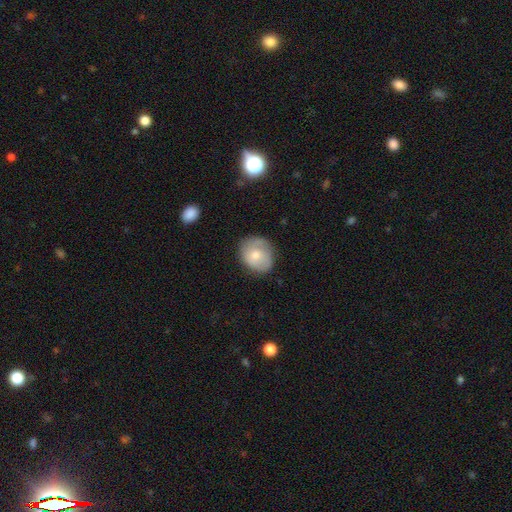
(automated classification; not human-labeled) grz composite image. It shows a smooth galaxy with no disk features (66%) that is round (68%). Merging: none (70%).